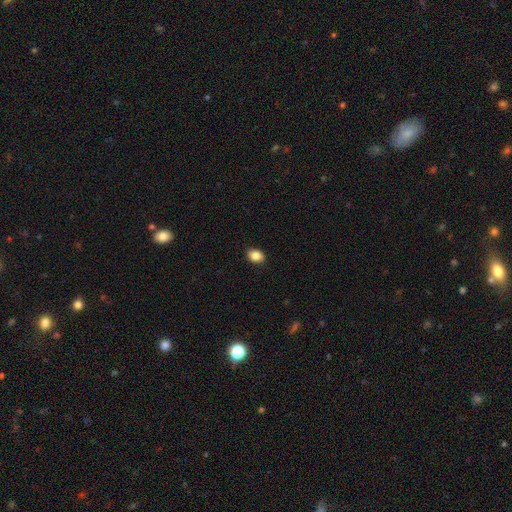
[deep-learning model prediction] Morphology: type=smooth (87%); roundness=in between (71%); merging=none (89%).